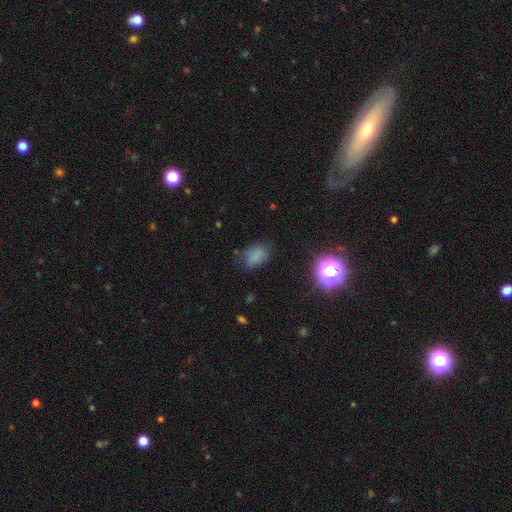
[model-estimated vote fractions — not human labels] Smooth or featured: smooth — 75% (star or artifact — 16%)
How rounded: in between — 78% (round — 20%)
Merging: none — 66% (minor disturbance — 24%)